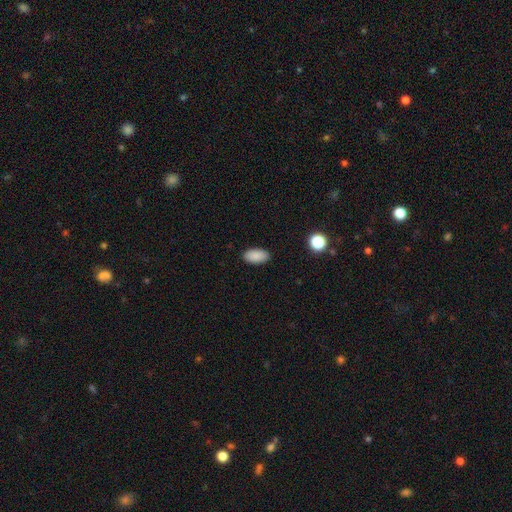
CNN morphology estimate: smooth 89%, star or artifact 8%, featured or disk 3%. Down the decision tree: how rounded — in between (94%); merging — none (89%).